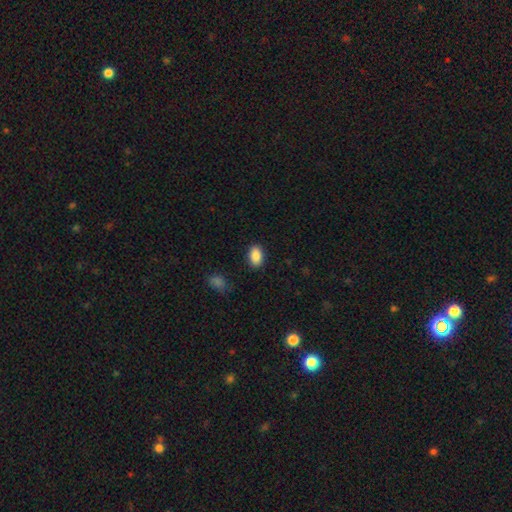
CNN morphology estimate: Q: Smooth or featured?
A: smooth (89%); runner-up: star or artifact (8%)
Q: How rounded?
A: in between (89%); runner-up: round (9%)
Q: Merging?
A: none (87%); runner-up: minor disturbance (9%)